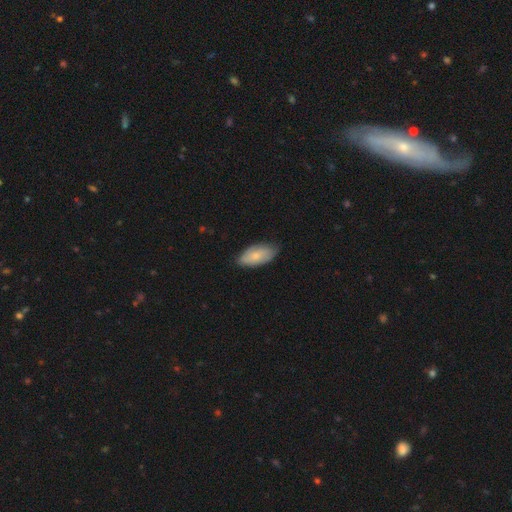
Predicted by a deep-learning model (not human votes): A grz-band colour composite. It shows a smooth galaxy with no disk features (72%) that is in between round and cigar-shaped (93%). Merging: none (78%).